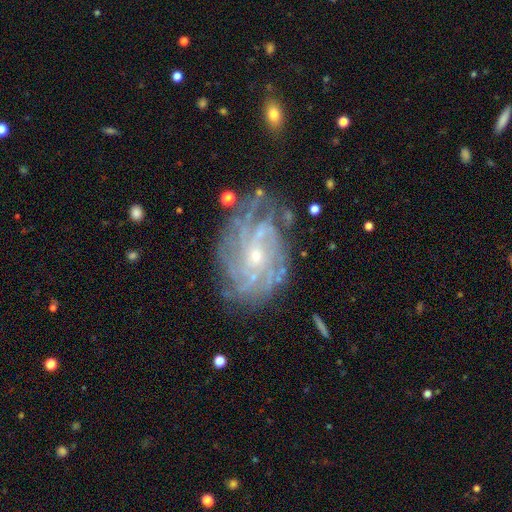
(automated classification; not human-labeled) Morphology: type=featured or disk (87%); edge-on=no (97%); bar=no (68%); spiral arms=yes (96%); winding=tight (65%); arm count=can't tell (29%); bulge=small (75%); merging=none (72%).